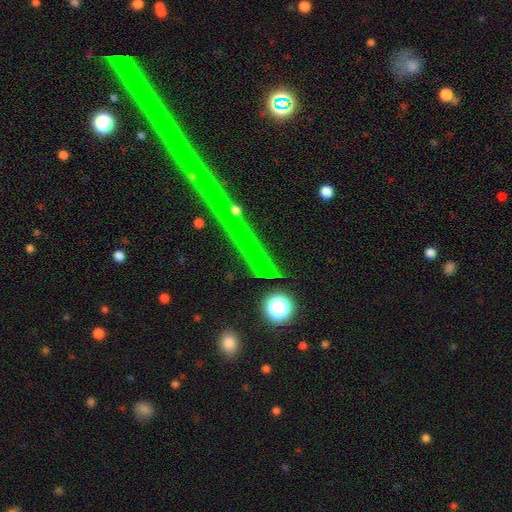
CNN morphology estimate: type=star or artifact (55%).